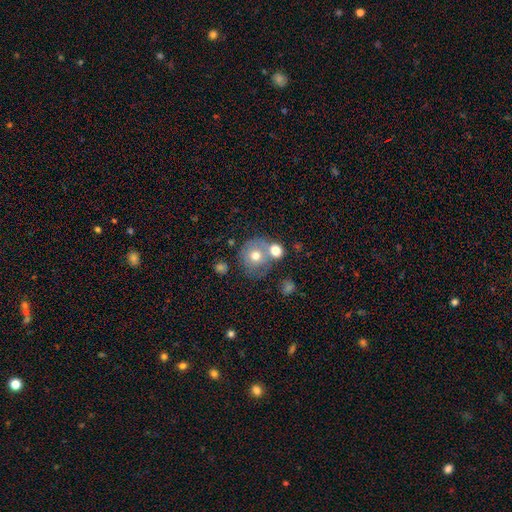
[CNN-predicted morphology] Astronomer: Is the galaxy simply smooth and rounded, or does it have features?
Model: smooth — 65%.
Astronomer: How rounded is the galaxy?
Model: round — 83%.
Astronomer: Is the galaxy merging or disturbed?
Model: merger — 43% (runner-up: none, 40%).